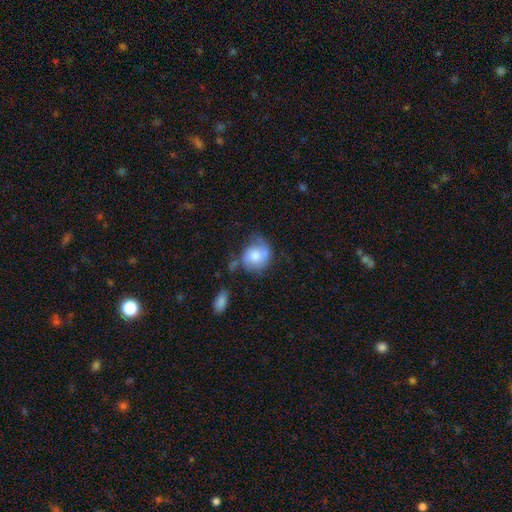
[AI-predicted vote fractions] Smooth or featured? smooth (63%)
How rounded? round (73%)
Merging? none (45%)